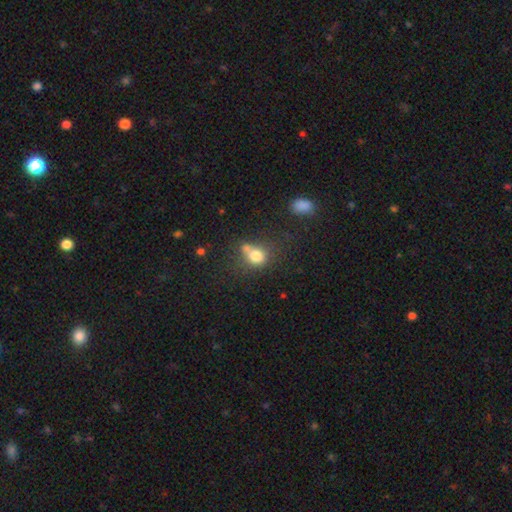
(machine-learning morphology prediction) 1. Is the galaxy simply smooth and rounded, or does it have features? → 76% smooth, 12% star or artifact, 11% featured or disk.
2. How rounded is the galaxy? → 66% round, 33% in between, 1% cigar-shaped.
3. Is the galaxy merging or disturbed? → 41% none, 35% merger, 16% minor disturbance, 9% major disturbance.